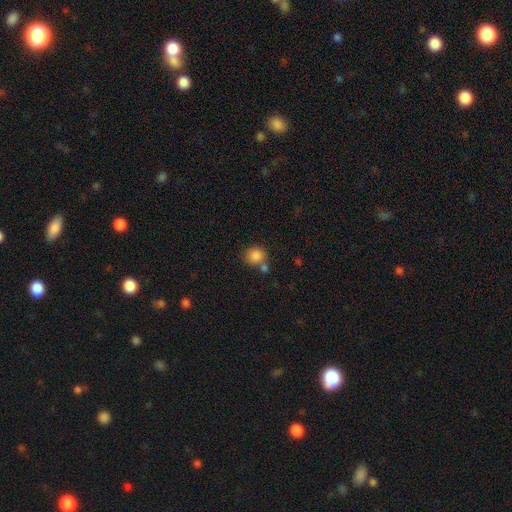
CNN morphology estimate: Q: Smooth or featured?
A: smooth (86%); runner-up: star or artifact (9%)
Q: How rounded?
A: round (87%); runner-up: in between (12%)
Q: Merging?
A: none (62%); runner-up: merger (23%)